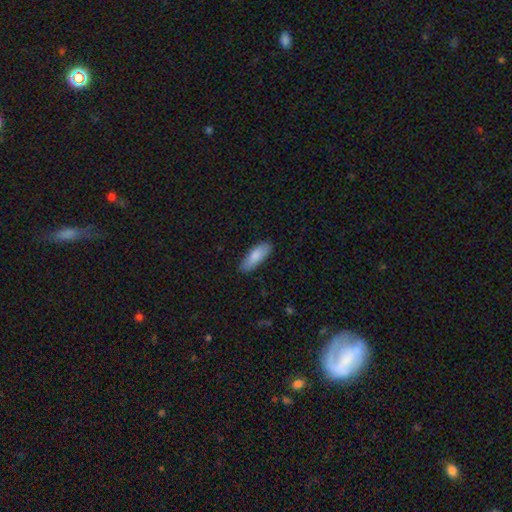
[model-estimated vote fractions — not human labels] smooth_or_featured: smooth (p=0.83) [alt: featured or disk p=0.11]
how_rounded: in between (p=0.63) [alt: cigar-shaped p=0.35]
merging: none (p=0.84) [alt: minor disturbance p=0.12]